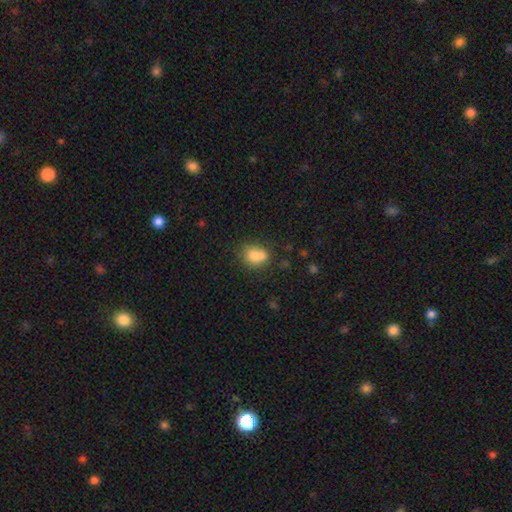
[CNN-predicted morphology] Smooth or featured? smooth (74%)
How rounded? round (59%)
Merging? merger (45%)